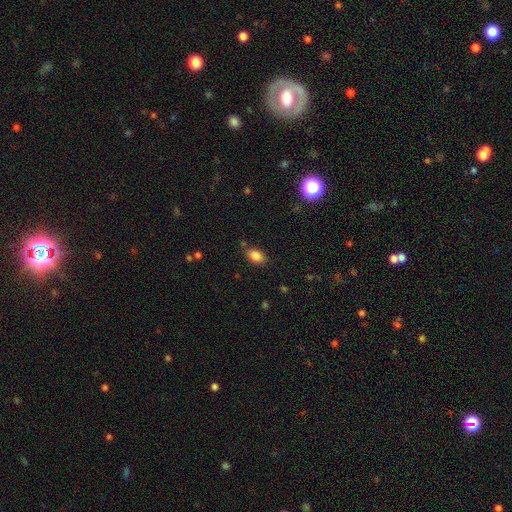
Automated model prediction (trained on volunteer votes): A smooth galaxy with no disk features (84%) that is in between round and cigar-shaped (84%).

Vote fractions:
- Smooth or featured? smooth: 84% / star or artifact: 10% / featured or disk: 6%
- How rounded? in between: 84% / round: 14% / cigar-shaped: 2%
- Merging? none: 80% / minor disturbance: 13% / merger: 4% / major disturbance: 3%